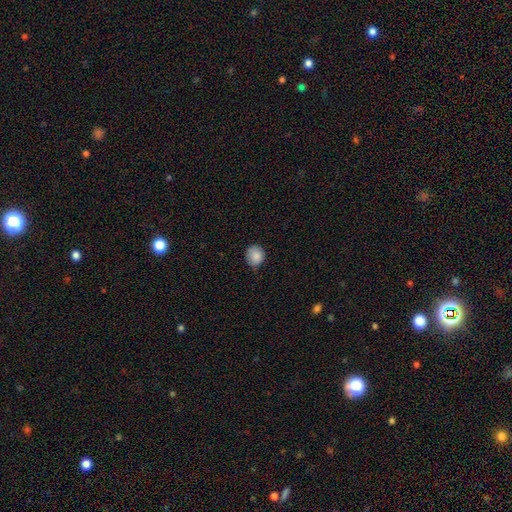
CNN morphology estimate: This appears to be a smooth galaxy with no disk features (87%) that is round (76%). Merging: none (71%).